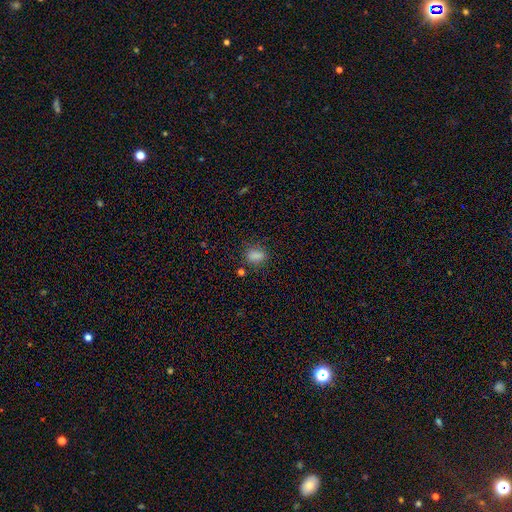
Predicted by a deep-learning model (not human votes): The model was most divided on "how rounded": in between: 74%, round: 21%, cigar-shaped: 4%. More confident: smooth or featured — smooth (82%); merging — none (72%).